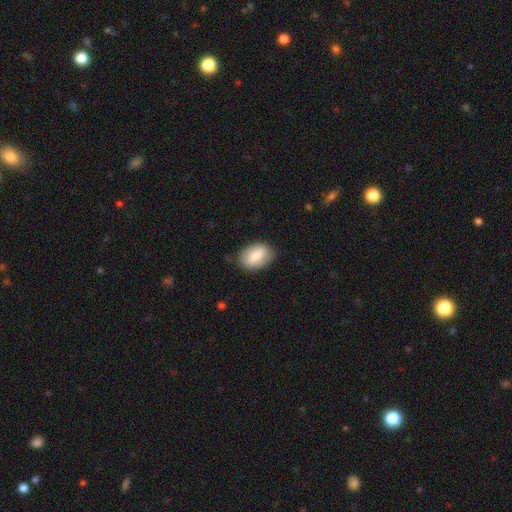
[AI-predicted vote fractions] Smooth or featured: smooth — 69% (featured or disk — 25%)
How rounded: in between — 83% (round — 16%)
Merging: none — 82% (minor disturbance — 13%)